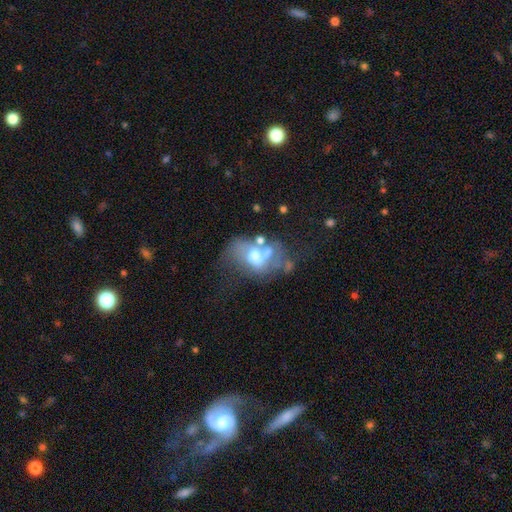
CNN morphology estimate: smooth_or_featured: featured or disk (p=0.56) [alt: smooth p=0.32]
disk_edge_on: no (p=0.97) [alt: yes p=0.03]
bar: no (p=0.75) [alt: weak p=0.19]
has_spiral_arms: no (p=0.75) [alt: yes p=0.25]
bulge_size: moderate (p=0.52) [alt: large p=0.23]
merging: merger (p=0.37) [alt: major disturbance p=0.28]